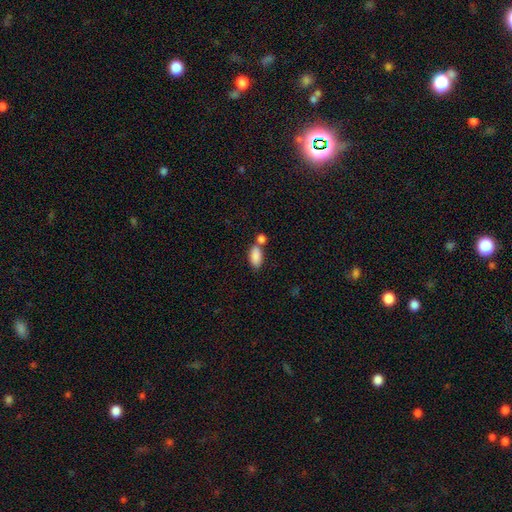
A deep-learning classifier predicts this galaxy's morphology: A smooth galaxy with no disk features (87%) that is in between round and cigar-shaped (91%).

Vote fractions:
- Smooth or featured? smooth: 87% / star or artifact: 7% / featured or disk: 6%
- How rounded? in between: 91% / cigar-shaped: 6% / round: 3%
- Merging? none: 50% / merger: 35% / minor disturbance: 11% / major disturbance: 4%